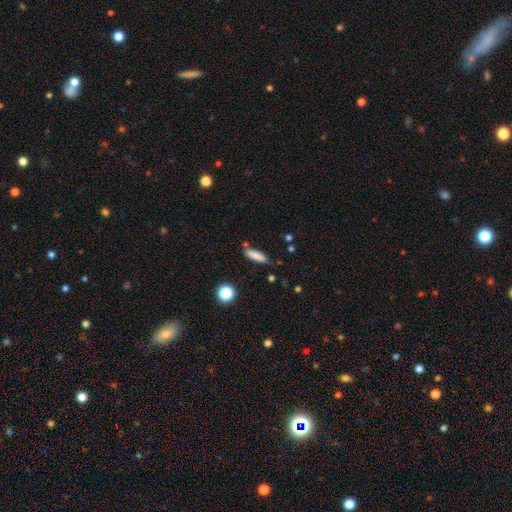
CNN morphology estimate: Smooth or featured? smooth (81%)
How rounded? cigar-shaped (61%)
Merging? none (76%)